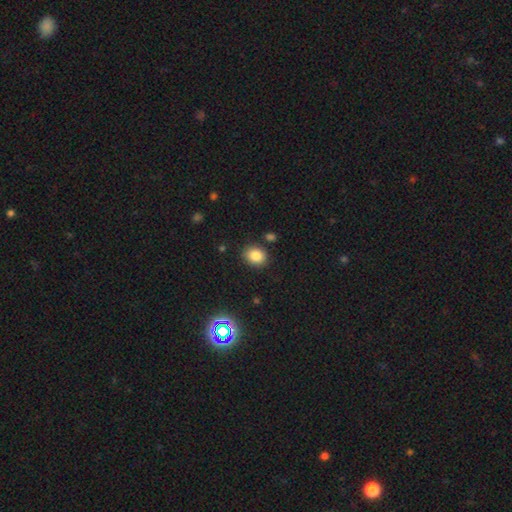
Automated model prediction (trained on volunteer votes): Q: Smooth or featured?
A: smooth (83%); runner-up: star or artifact (11%)
Q: How rounded?
A: round (57%); runner-up: in between (42%)
Q: Merging?
A: none (84%); runner-up: minor disturbance (10%)